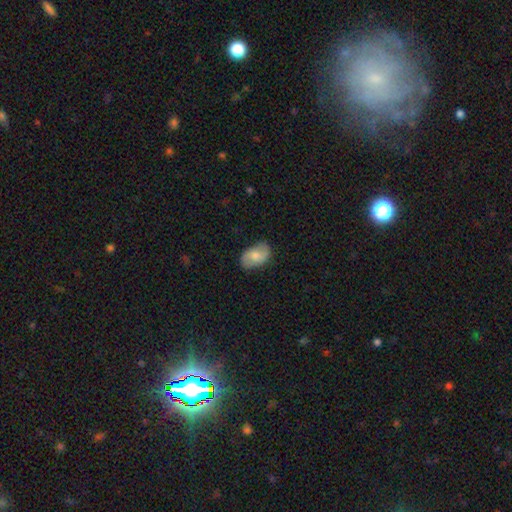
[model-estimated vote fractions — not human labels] Smooth or featured?
  - smooth: 56% *
  - featured or disk: 37%
  - star or artifact: 7%
How rounded?
  - in between: 90% *
  - round: 9%
  - cigar-shaped: 1%
Merging?
  - none: 77% *
  - minor disturbance: 18%
  - major disturbance: 4%
  - merger: 1%